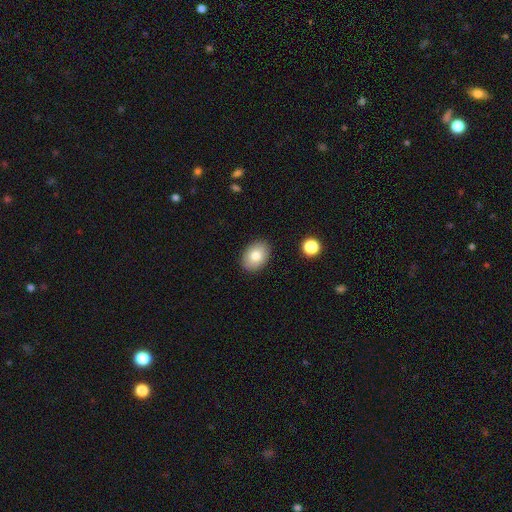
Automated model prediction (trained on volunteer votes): A smooth galaxy with no disk features (80%) that is in between round and cigar-shaped (80%).

Vote fractions:
- Smooth or featured? smooth: 80% / featured or disk: 12% / star or artifact: 8%
- How rounded? in between: 80% / round: 19% / cigar-shaped: 1%
- Merging? none: 88% / minor disturbance: 8% / major disturbance: 2% / merger: 1%